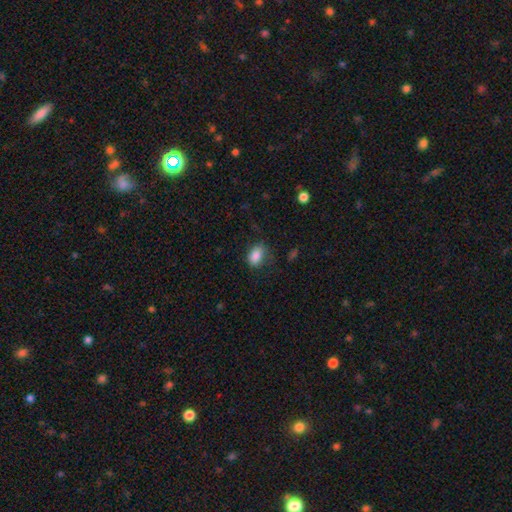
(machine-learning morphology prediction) A smooth galaxy with no disk features (86%) that is in between round and cigar-shaped (82%).

Vote fractions:
- Smooth or featured? smooth: 86% / star or artifact: 9% / featured or disk: 5%
- How rounded? in between: 82% / round: 16% / cigar-shaped: 2%
- Merging? none: 67% / minor disturbance: 23% / major disturbance: 8% / merger: 1%